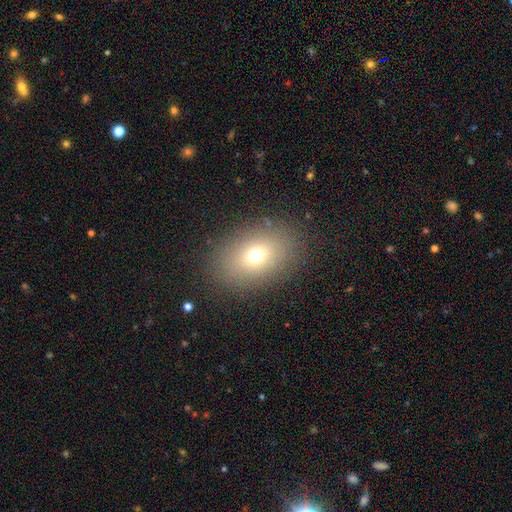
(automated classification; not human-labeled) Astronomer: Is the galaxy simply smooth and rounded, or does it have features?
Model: smooth — 69%.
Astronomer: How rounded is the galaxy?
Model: in between — 72%.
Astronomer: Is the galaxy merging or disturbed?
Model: none — 85%.